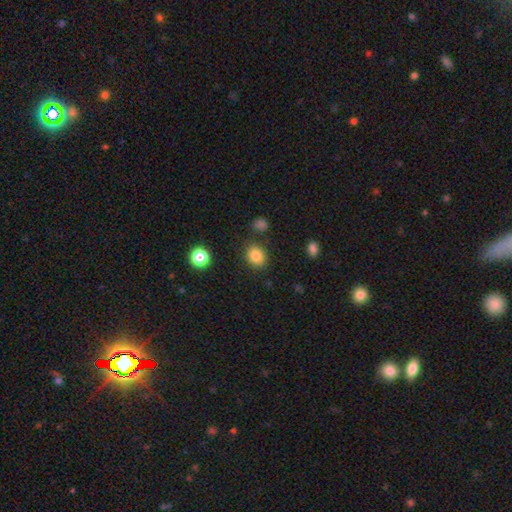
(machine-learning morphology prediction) smooth-or-featured: smooth: 84% | star or artifact: 11% | featured or disk: 5%
  how-rounded: round: 60% | in between: 39% | cigar-shaped: 1%
  merging: none: 83% | minor disturbance: 10% | merger: 4% | major disturbance: 3%